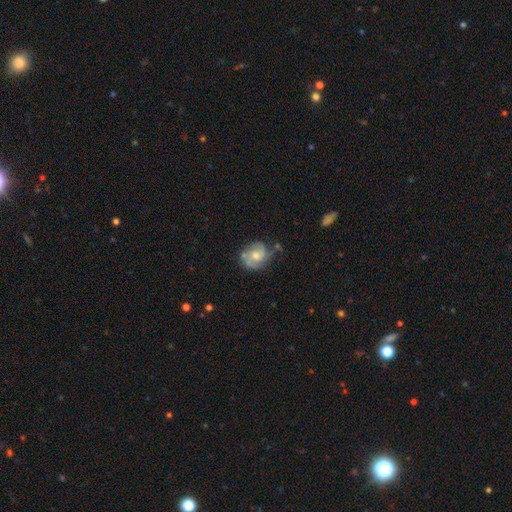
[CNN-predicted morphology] Overall: featured or disk (65%; smooth 28%). Edge-on disk: no (97%). Bar: no (72%). Spiral arms: yes (87%). Spiral arm count: 2 (54%; can't tell 19%). Spiral winding: medium (43%; tight 39%). Bulge size: moderate (57%; small 35%). Merging: none (56%; minor disturbance 26%).